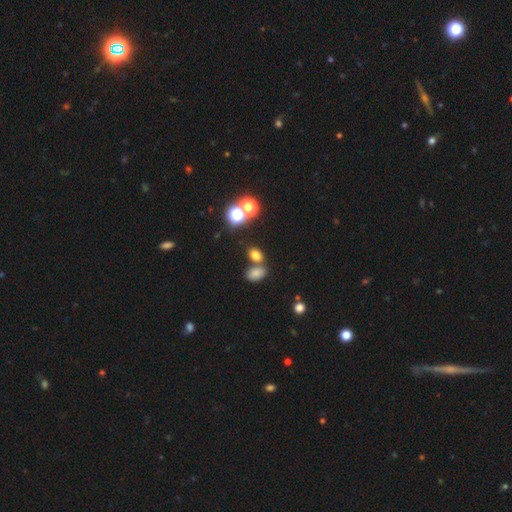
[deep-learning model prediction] Morphology: type=smooth (74%); roundness=in between (76%); merging=none (59%).